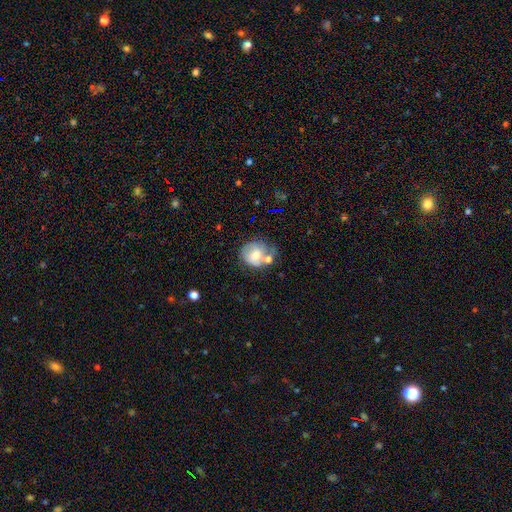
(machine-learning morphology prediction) A smooth galaxy with no disk features (46%, tied with featured or disk). Merging: none (40%).